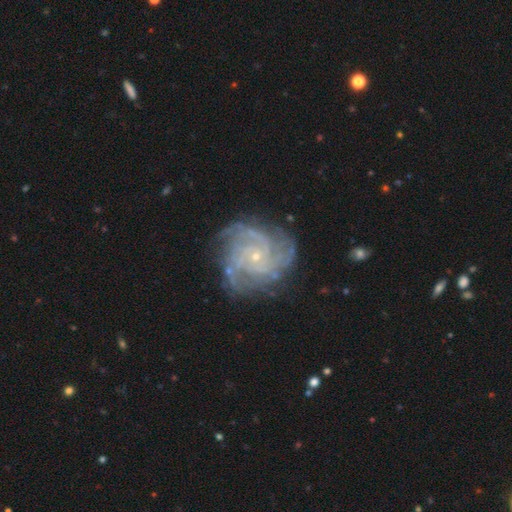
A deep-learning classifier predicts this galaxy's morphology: Overall: featured or disk (89%). Edge-on disk: no (98%). Bar: no (76%). Spiral arms: yes (98%). Spiral arm count: 4 (29%; 3 23%). Spiral winding: tight (65%; medium 30%). Bulge size: small (85%). Merging: none (75%).